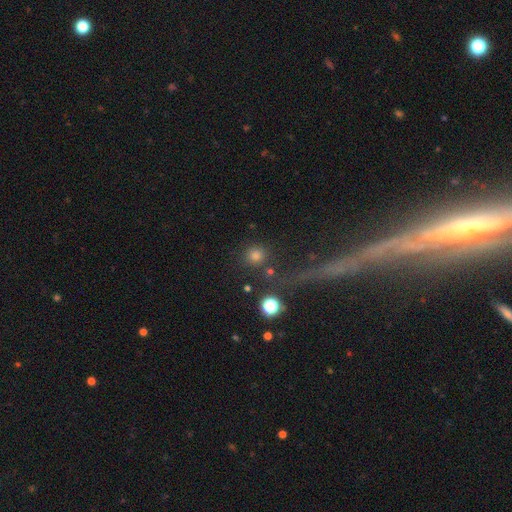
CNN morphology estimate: smooth-or-featured: smooth: 72% | star or artifact: 20% | featured or disk: 8%
  how-rounded: round: 92% | in between: 6% | cigar-shaped: 2%
  merging: none: 79% | merger: 8% | minor disturbance: 8% | major disturbance: 5%